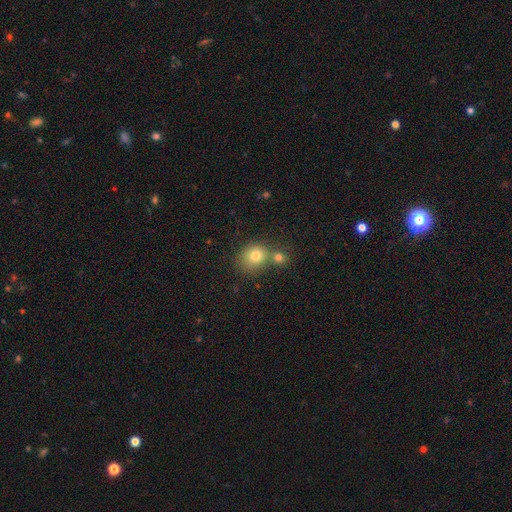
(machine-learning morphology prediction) This is likely a smooth galaxy (78%). How rounded: likely round (75%). Merging: possibly none (46%).